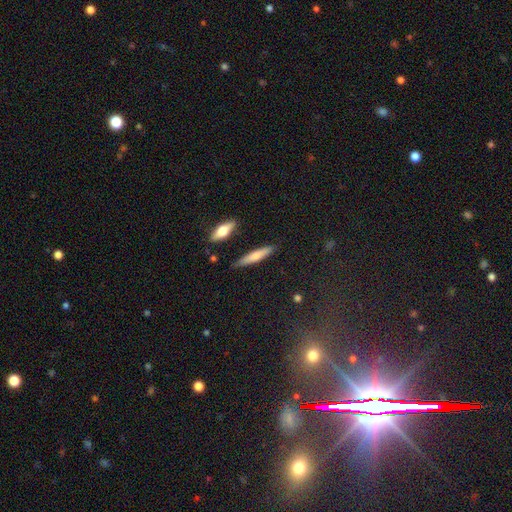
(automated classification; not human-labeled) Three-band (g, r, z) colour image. It shows a smooth galaxy with no disk features (65%) that is cigar-shaped (86%). Merging: none (84%).